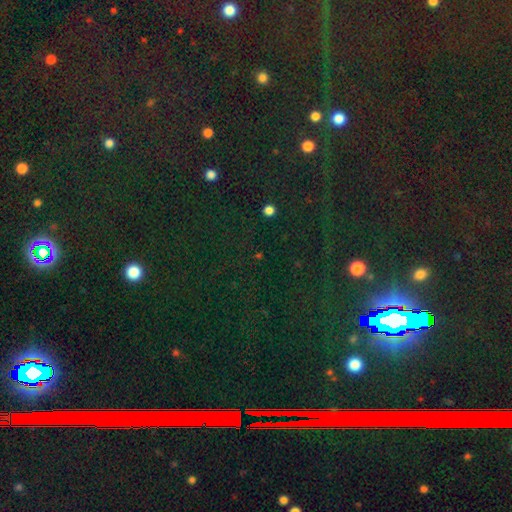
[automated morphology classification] Smooth or featured? star or artifact (81%)